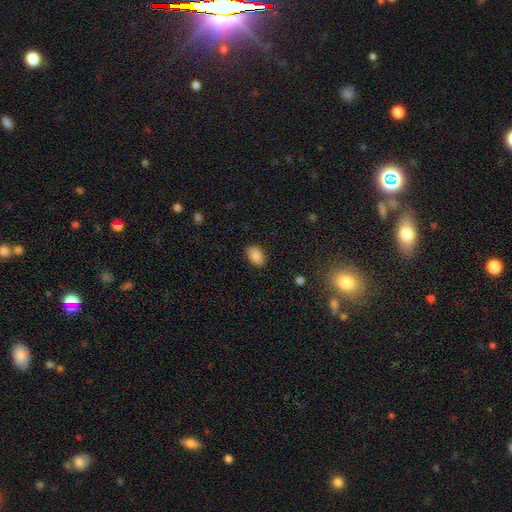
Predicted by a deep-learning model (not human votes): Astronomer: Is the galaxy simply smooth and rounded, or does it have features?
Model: smooth — 86%.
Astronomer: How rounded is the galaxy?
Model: in between — 85%.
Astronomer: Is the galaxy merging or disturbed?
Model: none — 86%.